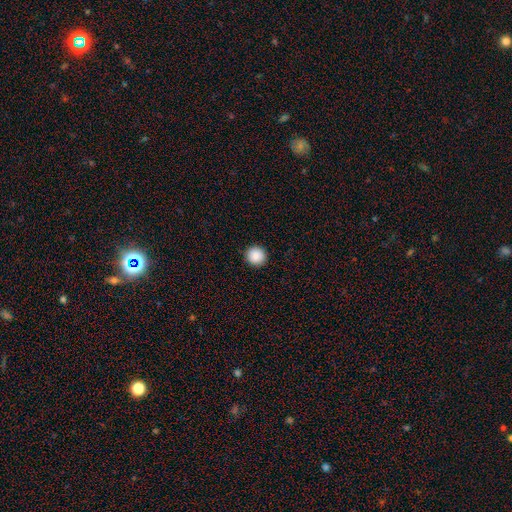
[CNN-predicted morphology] Smooth or featured?
  - smooth: 89% *
  - star or artifact: 9%
  - featured or disk: 2%
How rounded?
  - round: 93% *
  - in between: 6%
  - cigar-shaped: 1%
Merging?
  - none: 93% *
  - minor disturbance: 5%
  - major disturbance: 2%
  - merger: 1%